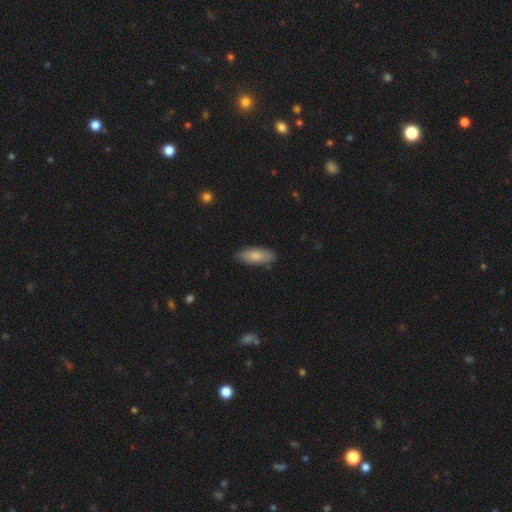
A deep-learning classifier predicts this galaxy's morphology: smooth-or-featured: smooth: 81% | featured or disk: 14% | star or artifact: 6%
  how-rounded: in between: 79% | cigar-shaped: 19% | round: 2%
  merging: none: 83% | minor disturbance: 14% | major disturbance: 2% | merger: 1%